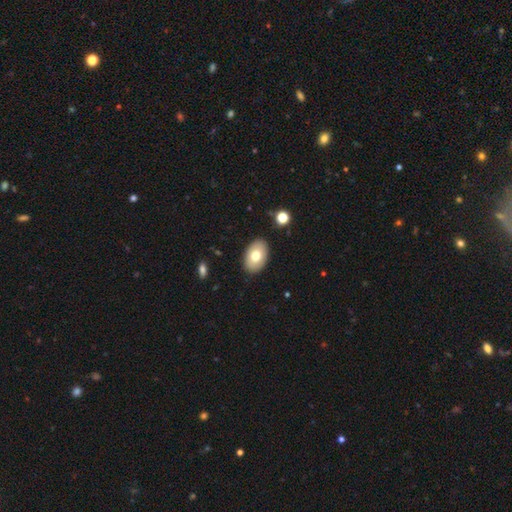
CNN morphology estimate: Overall: smooth (73%). How rounded: in between (90%). Merging: none (89%).